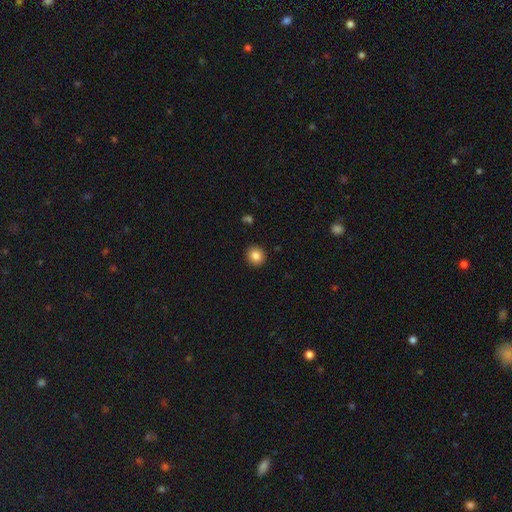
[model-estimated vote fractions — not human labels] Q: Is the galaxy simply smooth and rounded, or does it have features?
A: smooth — 85%.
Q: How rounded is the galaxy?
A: round — 89%.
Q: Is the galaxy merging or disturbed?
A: none — 92%.